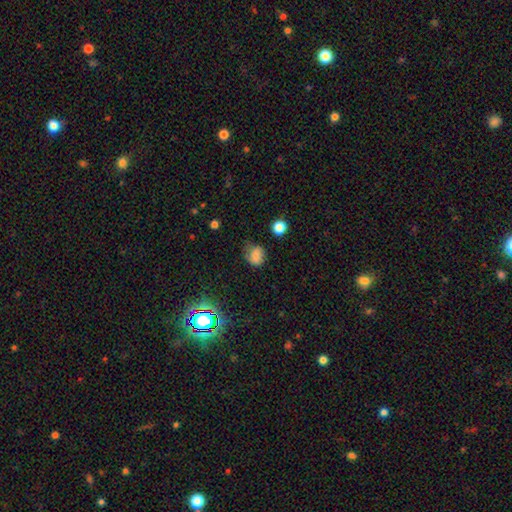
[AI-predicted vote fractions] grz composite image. It shows a smooth galaxy with no disk features (74%) that is round (59%). Merging: none (59%).